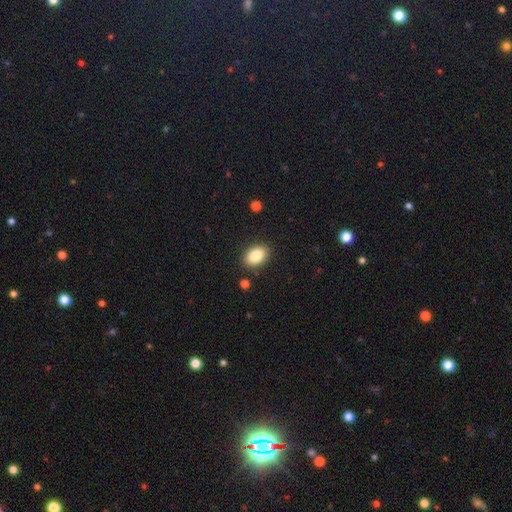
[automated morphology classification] smooth_or_featured: smooth (p=0.85) [alt: star or artifact p=0.08]
how_rounded: in between (p=0.86) [alt: round p=0.13]
merging: none (p=0.88) [alt: minor disturbance p=0.08]